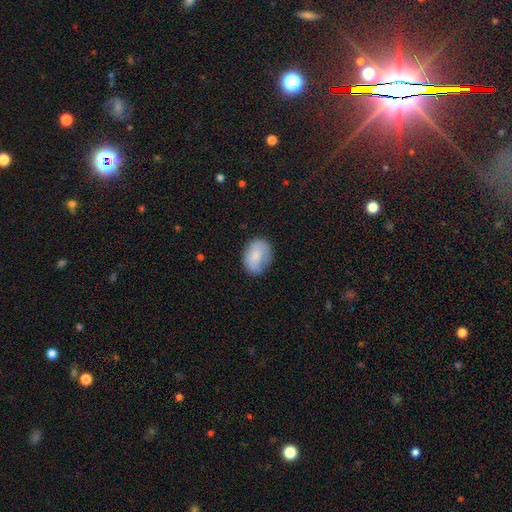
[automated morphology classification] type=smooth (77%); roundness=in between (68%); merging=none (69%).